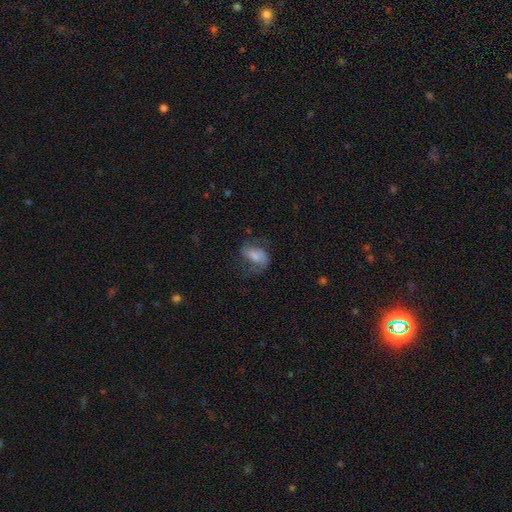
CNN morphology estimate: type=featured or disk (49%); merging=none (48%).